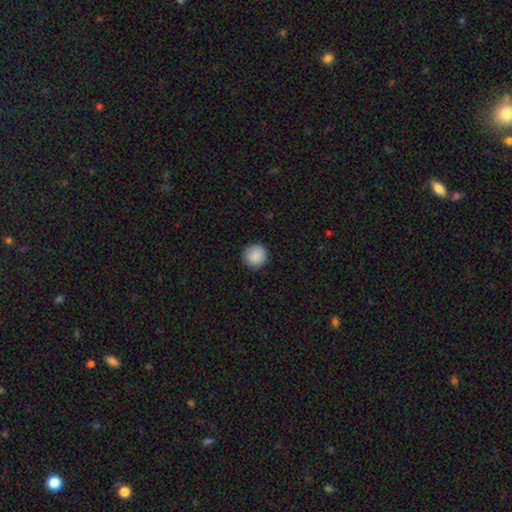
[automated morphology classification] Overall: smooth (89%). How rounded: round (95%). Merging: none (91%).